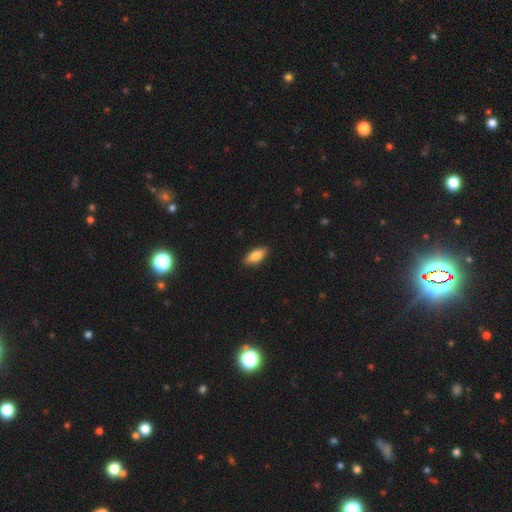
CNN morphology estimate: Overall: smooth (79%). How rounded: in between (76%). Merging: none (89%).